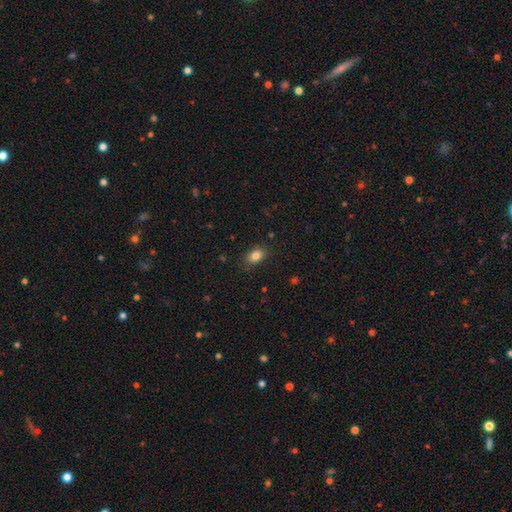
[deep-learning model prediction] Smooth or featured: smooth — 84% (star or artifact — 9%)
How rounded: in between — 80% (round — 19%)
Merging: none — 84% (minor disturbance — 12%)